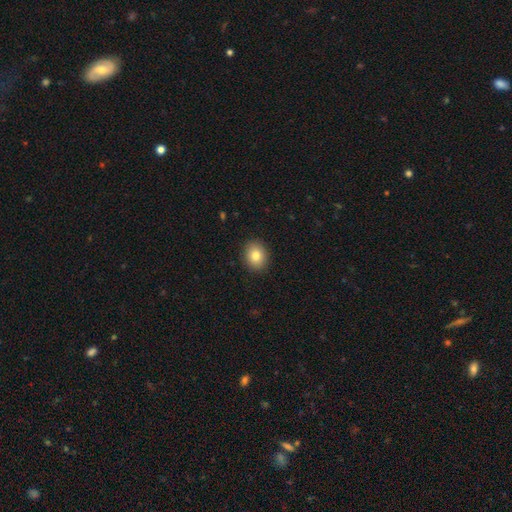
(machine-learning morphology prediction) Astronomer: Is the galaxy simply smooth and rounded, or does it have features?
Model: smooth — 82%.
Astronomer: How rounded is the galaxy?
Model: round — 61% (runner-up: in between, 39%).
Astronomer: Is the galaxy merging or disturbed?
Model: none — 91%.